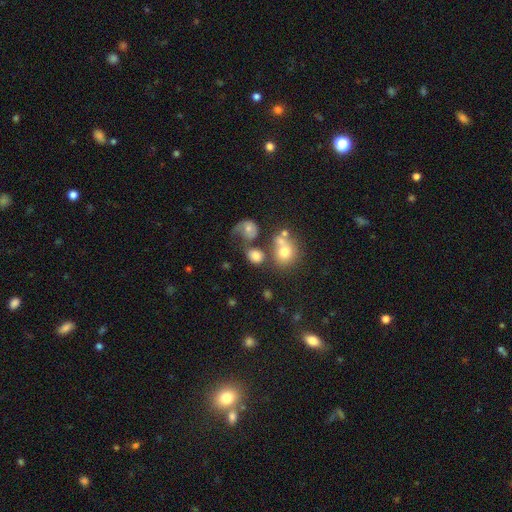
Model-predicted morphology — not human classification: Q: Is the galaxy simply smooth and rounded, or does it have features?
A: smooth — 71%.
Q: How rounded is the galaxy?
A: round — 60%.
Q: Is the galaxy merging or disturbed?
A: none — 42%.